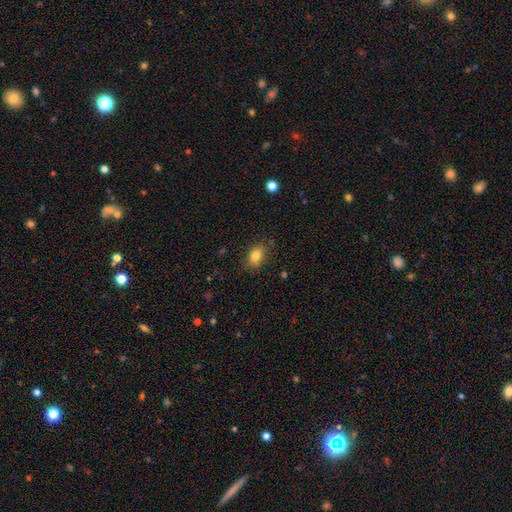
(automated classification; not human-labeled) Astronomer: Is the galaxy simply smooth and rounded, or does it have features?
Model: smooth — 81%.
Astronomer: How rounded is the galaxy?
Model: in between — 80%.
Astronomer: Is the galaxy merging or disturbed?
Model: none — 83%.